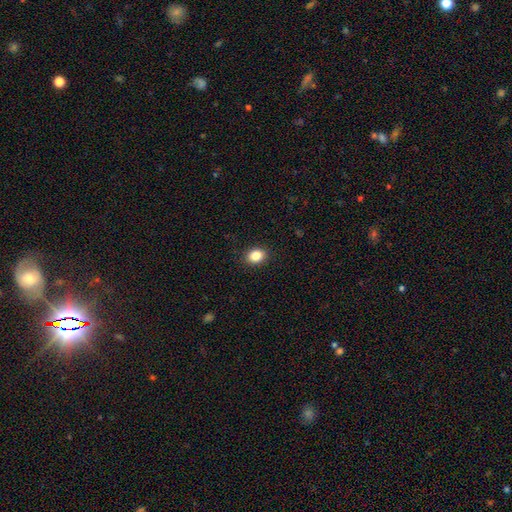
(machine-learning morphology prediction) Q: Smooth or featured?
A: smooth (85%); runner-up: star or artifact (10%)
Q: How rounded?
A: in between (55%); runner-up: round (44%)
Q: Merging?
A: none (90%); runner-up: minor disturbance (7%)